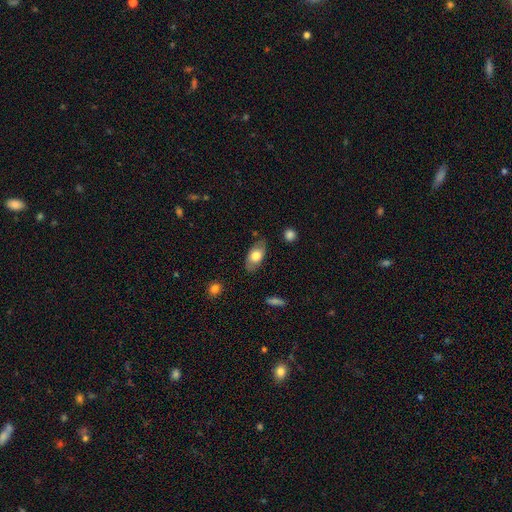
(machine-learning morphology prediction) Smooth or featured? Predicted: smooth (p=0.70). How rounded? Predicted: in between (p=0.90). Merging? Predicted: none (p=0.80).